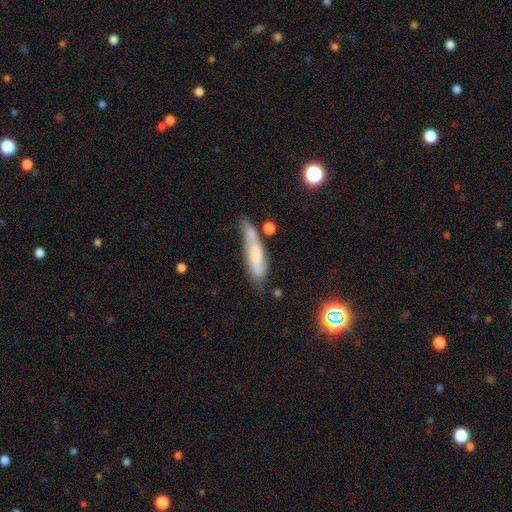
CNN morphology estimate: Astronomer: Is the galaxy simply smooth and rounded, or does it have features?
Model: smooth — 55% (runner-up: featured or disk, 37%).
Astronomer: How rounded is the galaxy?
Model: cigar-shaped — 68%.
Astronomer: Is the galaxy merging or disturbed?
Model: none — 47% (runner-up: minor disturbance, 30%).